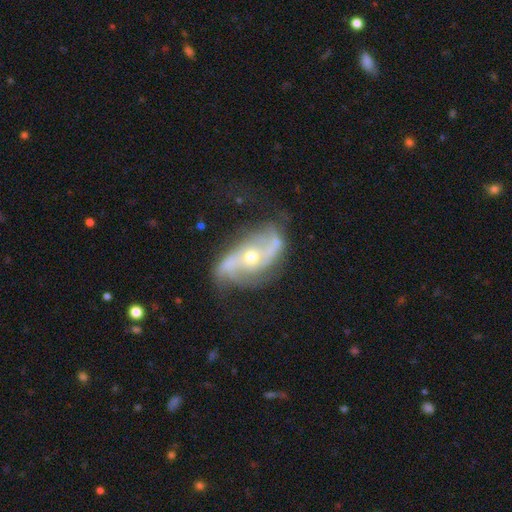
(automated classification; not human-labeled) Smooth or featured? Predicted: featured or disk (p=0.87). Edge-on disk? Predicted: no (p=0.95). Bar? Predicted: no (p=0.54). Spiral arms? Predicted: yes (p=0.95). Spiral winding? Predicted: loose (p=0.54). Spiral arm count? Predicted: 2 (p=0.86). Bulge size? Predicted: moderate (p=0.55). Merging? Predicted: none (p=0.66).